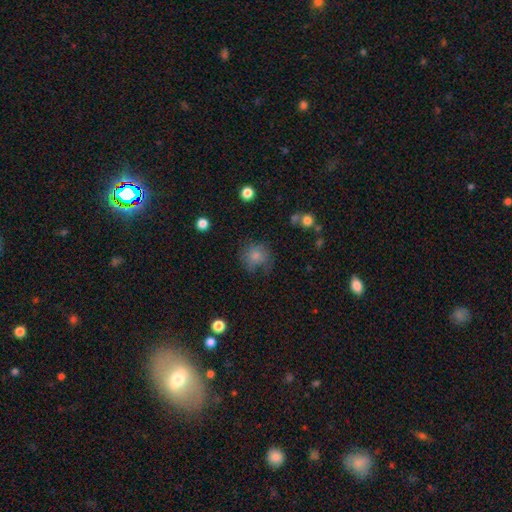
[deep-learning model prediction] A smooth galaxy with no disk features (76%) that is round (84%). Merging: none (60%).